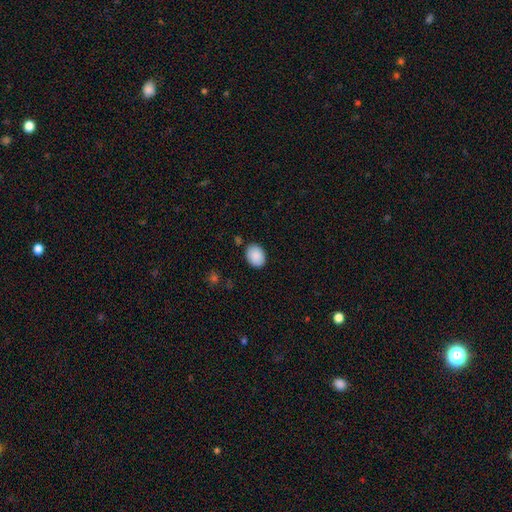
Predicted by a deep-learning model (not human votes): Smooth or featured? Predicted: smooth (p=0.90). How rounded? Predicted: in between (p=0.70). Merging? Predicted: none (p=0.85).